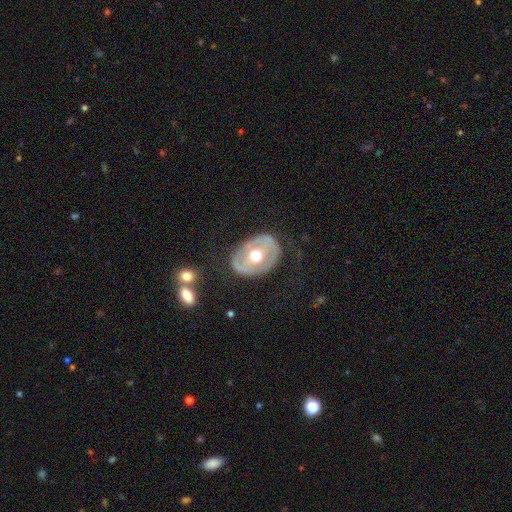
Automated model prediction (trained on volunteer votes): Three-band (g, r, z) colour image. It shows a featured or disk galaxy (66%) with no bar (67%), no spiral arms (74%) and a moderate central bulge (73%). Merging: none (73%).